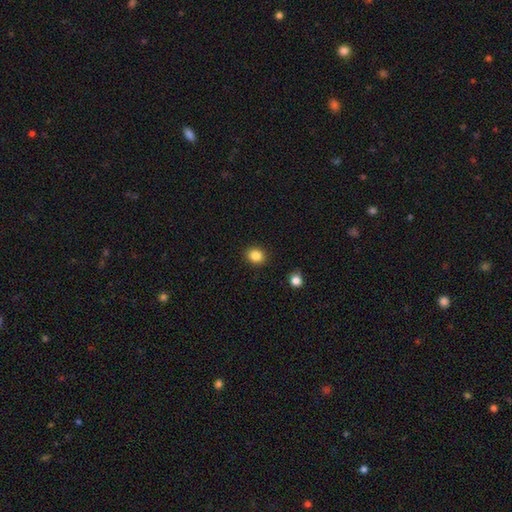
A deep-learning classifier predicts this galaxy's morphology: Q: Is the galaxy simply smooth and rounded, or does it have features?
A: smooth — 85%.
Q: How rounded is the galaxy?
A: round — 70%.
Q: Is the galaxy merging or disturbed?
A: none — 90%.